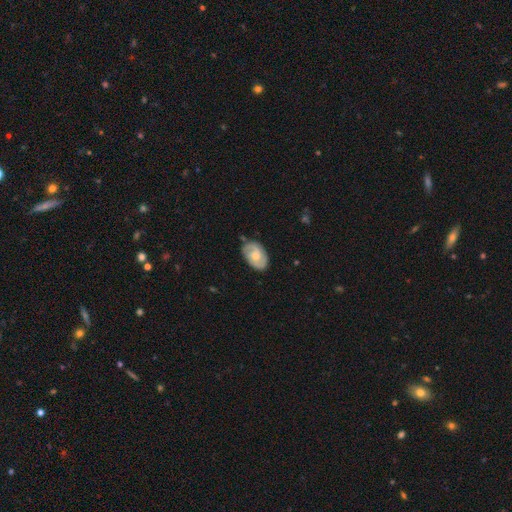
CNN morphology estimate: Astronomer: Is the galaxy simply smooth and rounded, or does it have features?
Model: featured or disk — 70%.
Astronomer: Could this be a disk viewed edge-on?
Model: no — 96%.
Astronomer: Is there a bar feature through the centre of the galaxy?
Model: no — 59% (runner-up: weak, 35%).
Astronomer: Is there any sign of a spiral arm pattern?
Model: yes — 91%.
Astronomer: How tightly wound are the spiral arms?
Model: tight — 46% (runner-up: medium, 41%).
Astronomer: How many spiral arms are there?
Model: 2 — 77%.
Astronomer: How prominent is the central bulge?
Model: moderate — 52% (runner-up: small, 41%).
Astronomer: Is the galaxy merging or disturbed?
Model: none — 78%.